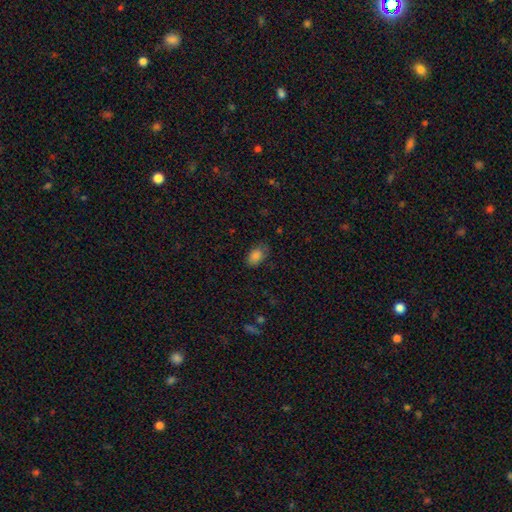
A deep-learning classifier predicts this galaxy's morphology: type=smooth (84%); roundness=in between (88%); merging=none (71%).